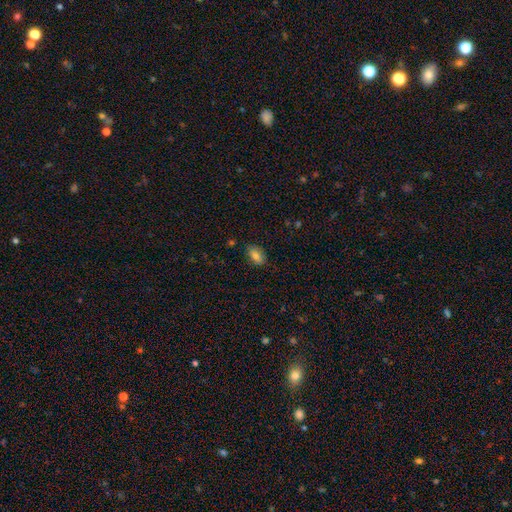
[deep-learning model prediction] smooth-or-featured: smooth: 79% | featured or disk: 12% | star or artifact: 9%
  how-rounded: in between: 89% | round: 7% | cigar-shaped: 3%
  merging: none: 83% | minor disturbance: 13% | major disturbance: 2% | merger: 1%